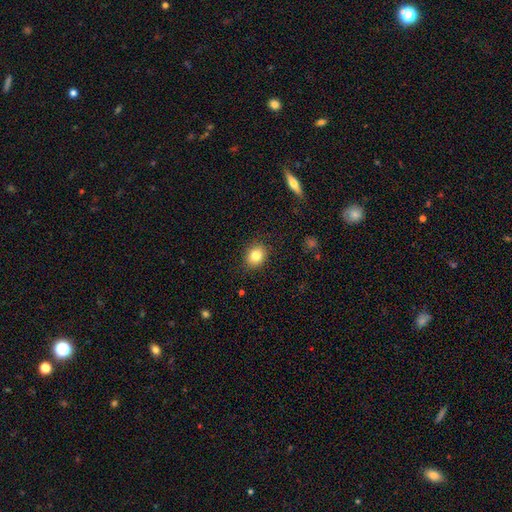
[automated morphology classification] This appears to be a smooth galaxy with no disk features (83%) that is round (63%). Merging: none (88%).